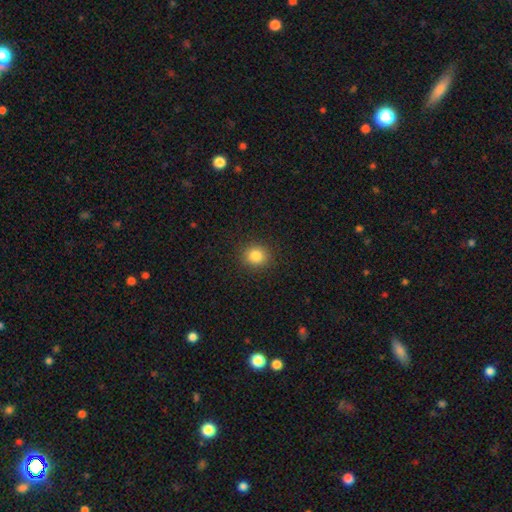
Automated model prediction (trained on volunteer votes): Smooth or featured?
  - smooth: 84% *
  - star or artifact: 11%
  - featured or disk: 5%
How rounded?
  - round: 85% *
  - in between: 14%
  - cigar-shaped: 1%
Merging?
  - none: 91% *
  - minor disturbance: 6%
  - major disturbance: 2%
  - merger: 1%